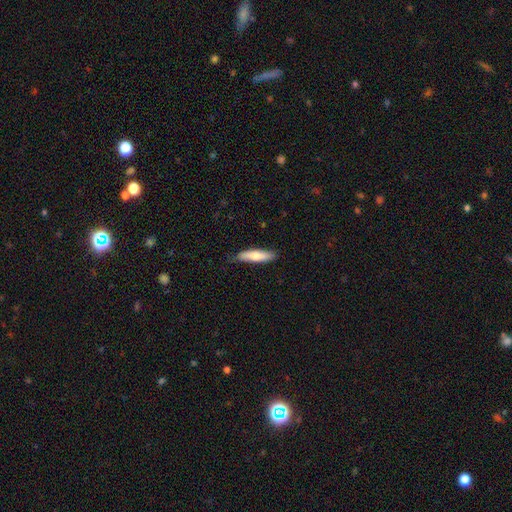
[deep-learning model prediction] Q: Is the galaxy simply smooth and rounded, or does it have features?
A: smooth — 70%.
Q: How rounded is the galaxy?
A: cigar-shaped — 71%.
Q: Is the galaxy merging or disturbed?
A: none — 80%.